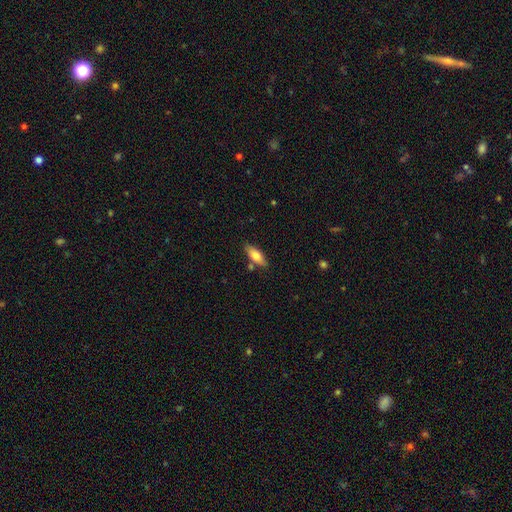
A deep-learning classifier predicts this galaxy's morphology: This appears to be a smooth galaxy with no disk features (72%) that is in between round and cigar-shaped (73%). Merging: none (79%).